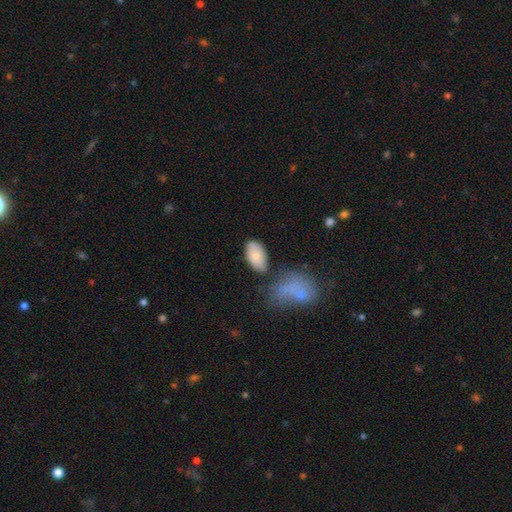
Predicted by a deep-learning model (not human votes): smooth 83%, featured or disk 11%, star or artifact 6%. Down the decision tree: how rounded — in between (95%); merging — none (69%).